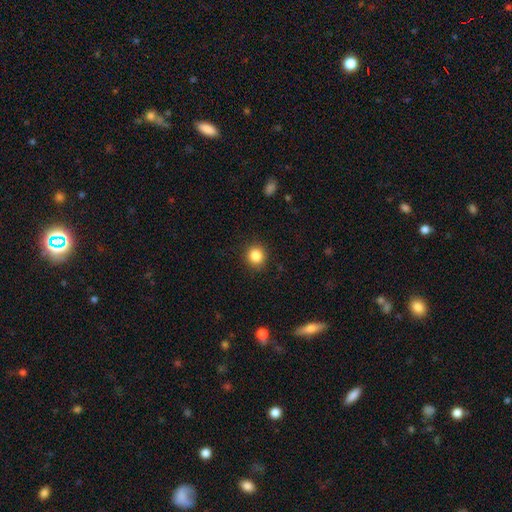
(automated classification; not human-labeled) A smooth galaxy with no disk features (86%) that is round (90%).

Vote fractions:
- Smooth or featured? smooth: 86% / star or artifact: 10% / featured or disk: 4%
- How rounded? round: 90% / in between: 9% / cigar-shaped: 1%
- Merging? none: 90% / minor disturbance: 6% / major disturbance: 2% / merger: 1%